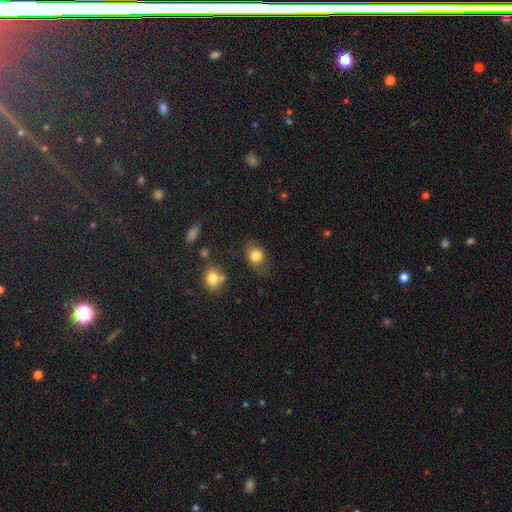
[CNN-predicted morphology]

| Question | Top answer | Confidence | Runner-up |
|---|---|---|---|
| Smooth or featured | smooth | 81% | star or artifact (10%) |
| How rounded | in between | 50% | round (49%) |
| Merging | none | 68% | minor disturbance (22%) |